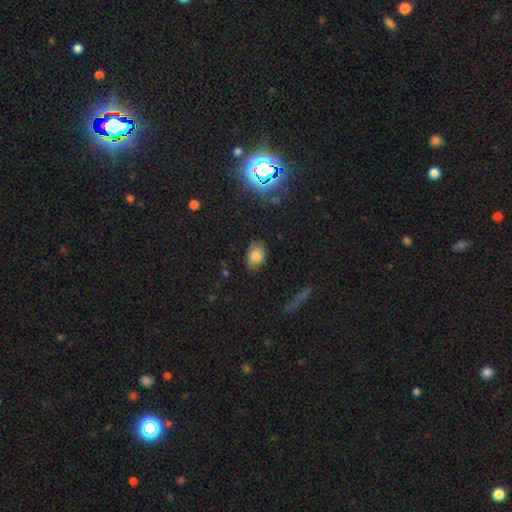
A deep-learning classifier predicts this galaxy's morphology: smooth 81%, star or artifact 11%, featured or disk 8%. Down the decision tree: how rounded — in between (84%); merging — none (81%).